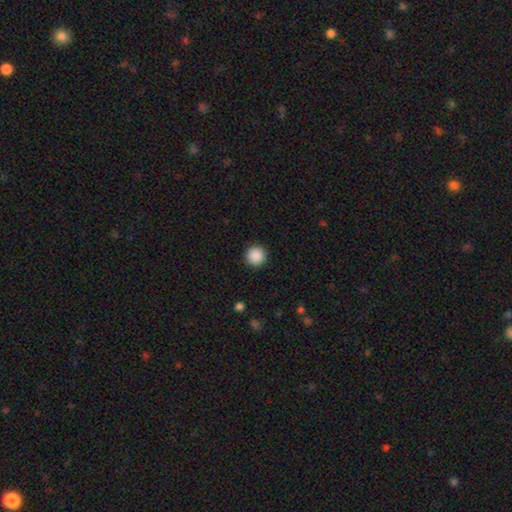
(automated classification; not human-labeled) Smooth or featured? Predicted: smooth (p=0.89). How rounded? Predicted: round (p=0.96). Merging? Predicted: none (p=0.93).